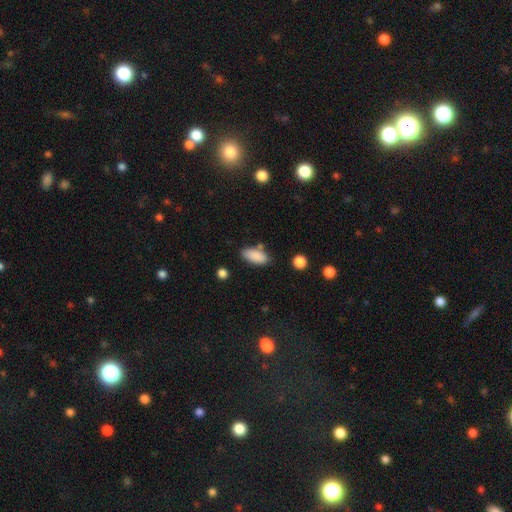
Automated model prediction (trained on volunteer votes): Smooth or featured: smooth — 88% (star or artifact — 7%)
How rounded: in between — 86% (cigar-shaped — 11%)
Merging: none — 75% (minor disturbance — 16%)